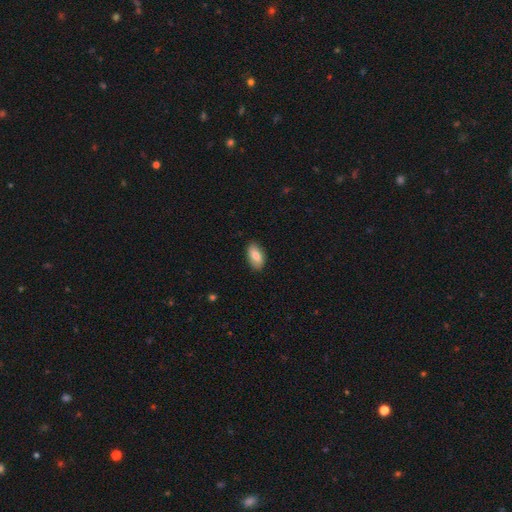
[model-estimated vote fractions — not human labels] Smooth or featured: smooth — 78% (featured or disk — 16%)
How rounded: in between — 93% (cigar-shaped — 4%)
Merging: none — 87% (minor disturbance — 10%)